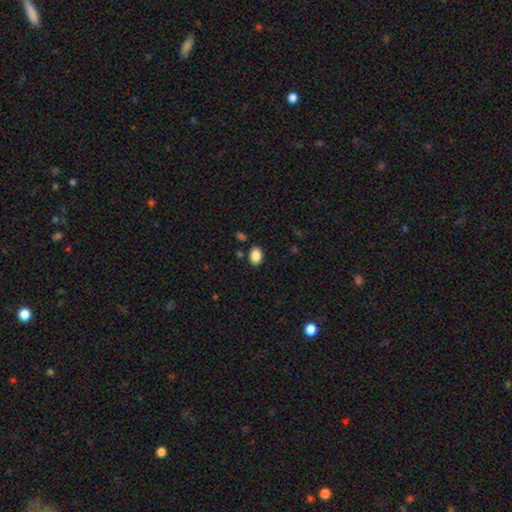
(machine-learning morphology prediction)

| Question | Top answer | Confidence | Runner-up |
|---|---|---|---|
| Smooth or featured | smooth | 87% | star or artifact (8%) |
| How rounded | in between | 76% | round (23%) |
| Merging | none | 84% | minor disturbance (10%) |